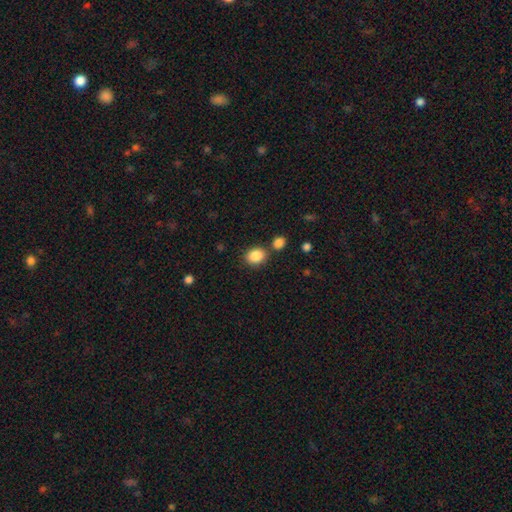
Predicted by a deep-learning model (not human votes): The model was most divided on "how rounded": round: 55%, in between: 44%, cigar-shaped: 1%. More confident: smooth or featured — smooth (87%); merging — none (72%).